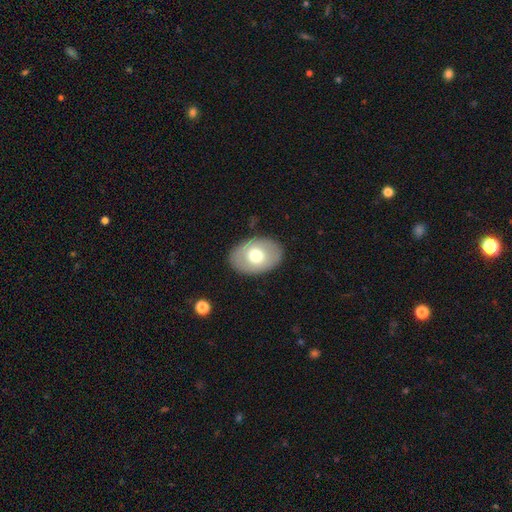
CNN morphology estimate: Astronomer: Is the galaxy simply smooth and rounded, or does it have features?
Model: smooth — 64%.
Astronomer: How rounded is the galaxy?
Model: in between — 83%.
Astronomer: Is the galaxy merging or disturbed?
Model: none — 86%.